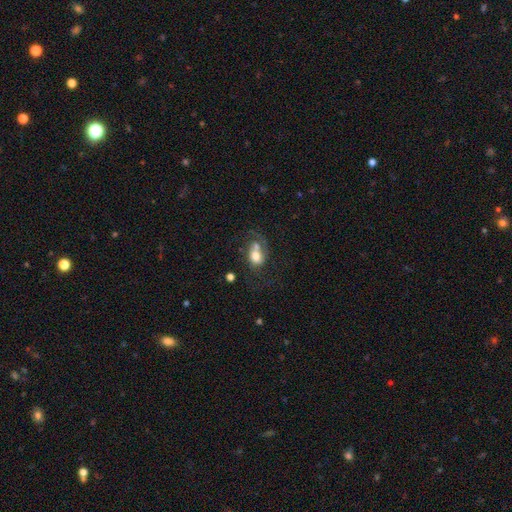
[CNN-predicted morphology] smooth-or-featured: smooth: 55% | featured or disk: 34% | star or artifact: 10%
  how-rounded: in between: 66% | round: 32% | cigar-shaped: 2%
  merging: merger: 35% | none: 26% | major disturbance: 23% | minor disturbance: 16%